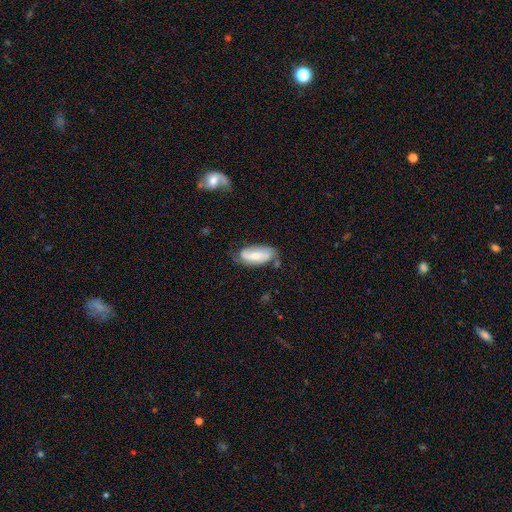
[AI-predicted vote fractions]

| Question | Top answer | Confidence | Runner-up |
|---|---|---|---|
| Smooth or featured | featured or disk | 50% | smooth (44%) |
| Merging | none | 58% | minor disturbance (29%) |